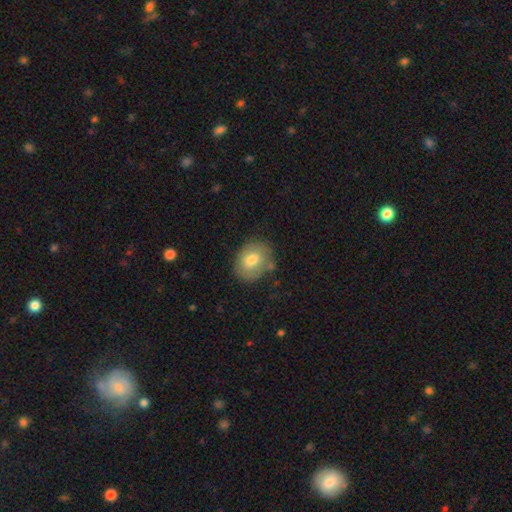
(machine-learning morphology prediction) A smooth galaxy with no disk features (72%) that is in between round and cigar-shaped (59%). Merging: none (78%).